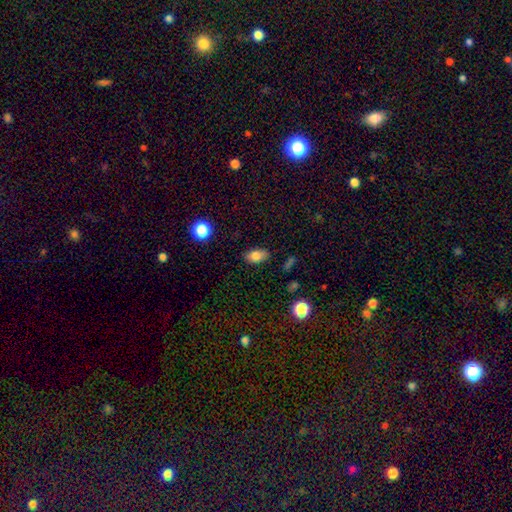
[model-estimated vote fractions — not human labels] smooth-or-featured: smooth: 81% | featured or disk: 10% | star or artifact: 9%
  how-rounded: in between: 87% | round: 10% | cigar-shaped: 3%
  merging: none: 80% | minor disturbance: 15% | major disturbance: 3% | merger: 2%